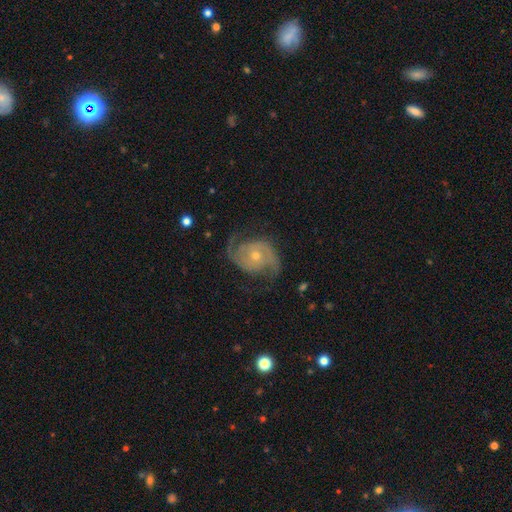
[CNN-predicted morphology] Smooth or featured?
  - featured or disk: 89% *
  - smooth: 6%
  - star or artifact: 6%
Edge-on disk?
  - no: 98% *
  - yes: 2%
Bar?
  - no: 71% *
  - weak: 23%
  - strong: 6%
Spiral arms?
  - yes: 97% *
  - no: 3%
Spiral winding?
  - medium: 50% *
  - tight: 29%
  - loose: 21%
Spiral arm count?
  - 2: 89% *
  - can't tell: 4%
  - 3: 3%
  - 1: 2%
  - 4: 1%
  - more than 4: 1%
Bulge size?
  - small: 54% *
  - moderate: 43%
  - large: 2%
  - none: 1%
  - dominant: 1%
Merging?
  - none: 74% *
  - minor disturbance: 16%
  - major disturbance: 8%
  - merger: 1%